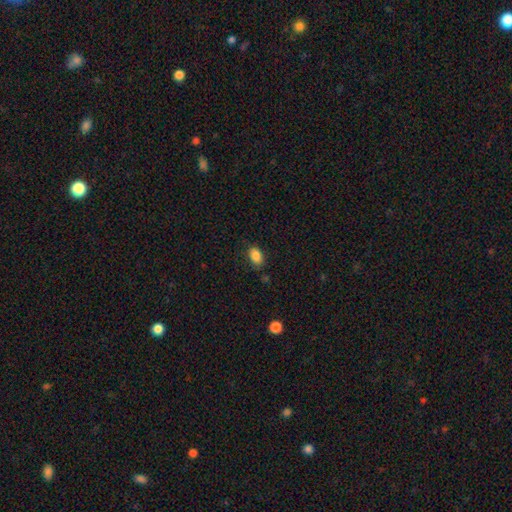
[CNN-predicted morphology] Smooth or featured? smooth (87%)
How rounded? in between (86%)
Merging? none (81%)